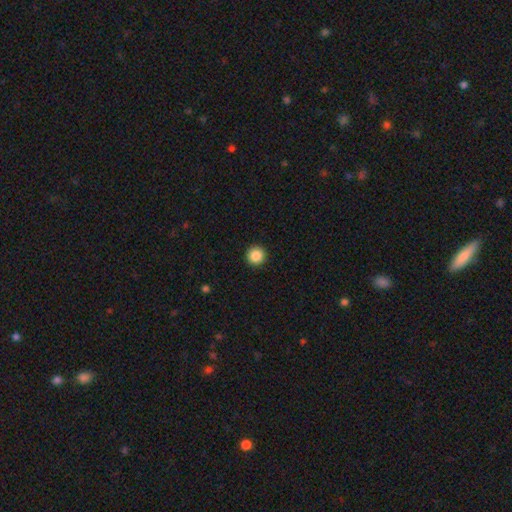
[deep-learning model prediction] Smooth or featured: smooth — 87% (star or artifact — 9%)
How rounded: round — 96% (in between — 3%)
Merging: none — 93% (minor disturbance — 4%)